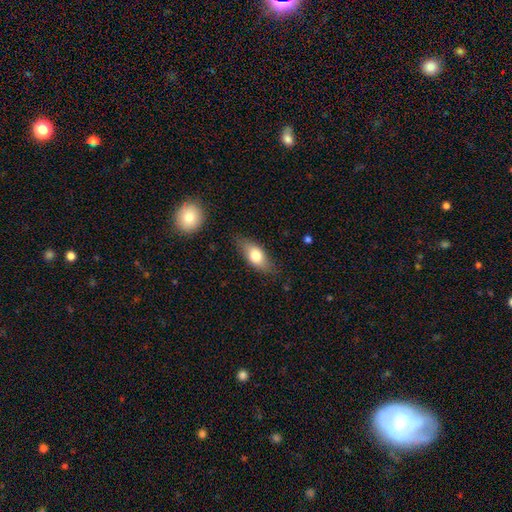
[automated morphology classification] Smooth or featured? Predicted: smooth (p=0.75). How rounded? Predicted: in between (p=0.82). Merging? Predicted: none (p=0.78).